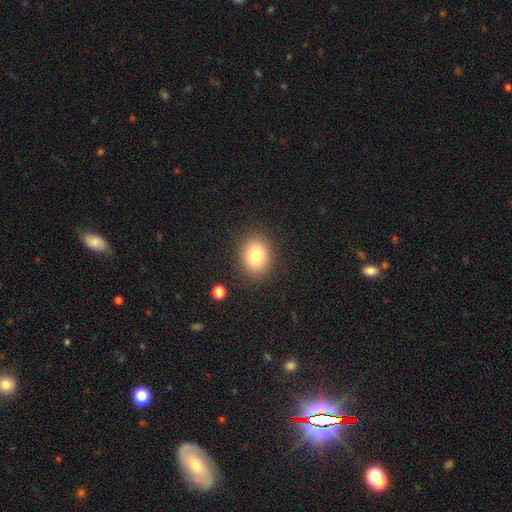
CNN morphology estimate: Smooth or featured? Predicted: smooth (p=0.81). How rounded? Predicted: round (p=0.51). Merging? Predicted: none (p=0.87).